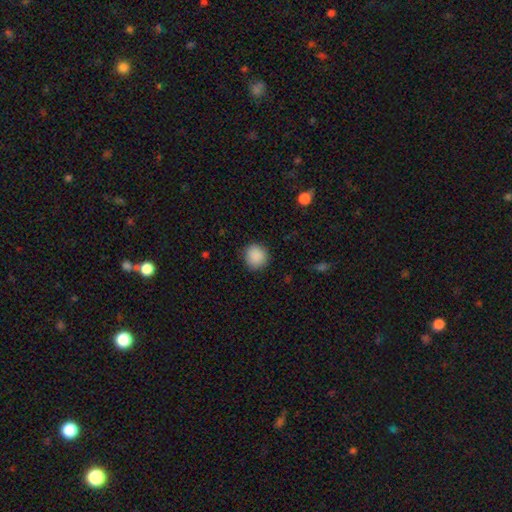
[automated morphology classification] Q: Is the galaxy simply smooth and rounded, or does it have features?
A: smooth — 89%.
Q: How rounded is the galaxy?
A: round — 89%.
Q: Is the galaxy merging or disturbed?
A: none — 88%.